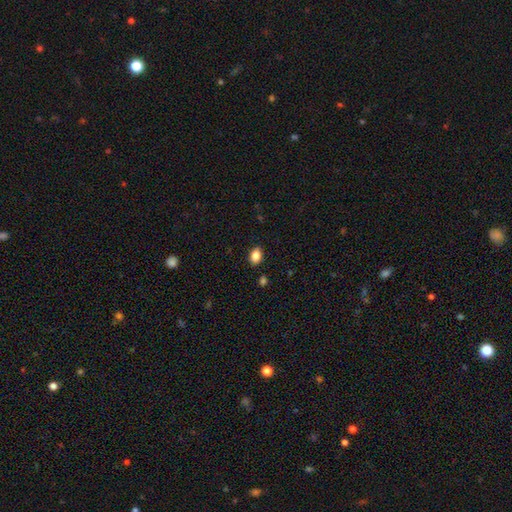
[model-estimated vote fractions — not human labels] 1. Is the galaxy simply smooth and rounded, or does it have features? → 85% smooth, 9% star or artifact, 6% featured or disk.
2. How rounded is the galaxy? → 81% in between, 18% round, 1% cigar-shaped.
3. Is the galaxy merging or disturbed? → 88% none, 9% minor disturbance, 2% major disturbance, 1% merger.